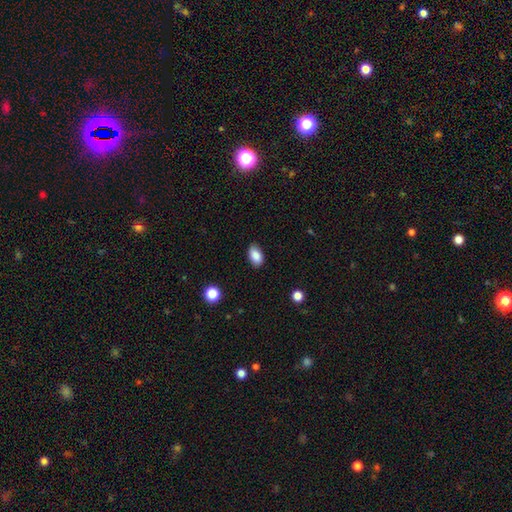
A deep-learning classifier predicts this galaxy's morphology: smooth_or_featured: smooth (p=0.88) [alt: star or artifact p=0.08]
how_rounded: in between (p=0.91) [alt: round p=0.07]
merging: none (p=0.86) [alt: minor disturbance p=0.11]